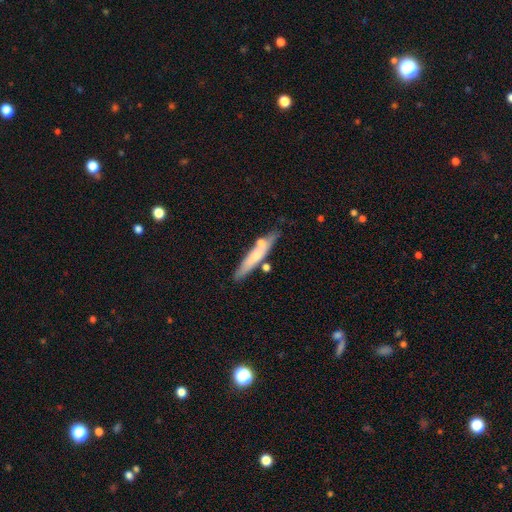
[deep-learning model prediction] Smooth or featured: smooth — 58% (featured or disk — 36%)
How rounded: cigar-shaped — 90% (in between — 9%)
Merging: none — 73% (minor disturbance — 14%)